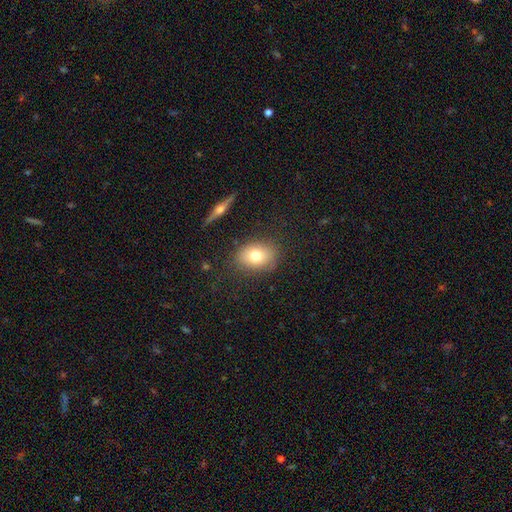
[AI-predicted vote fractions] A smooth galaxy with no disk features (74%) that is in between round and cigar-shaped (66%). Merging: none (80%).